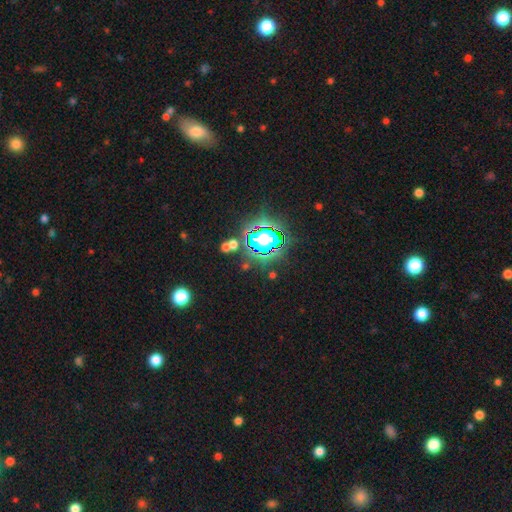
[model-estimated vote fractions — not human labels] A star or artifact, not a galaxy (81%).